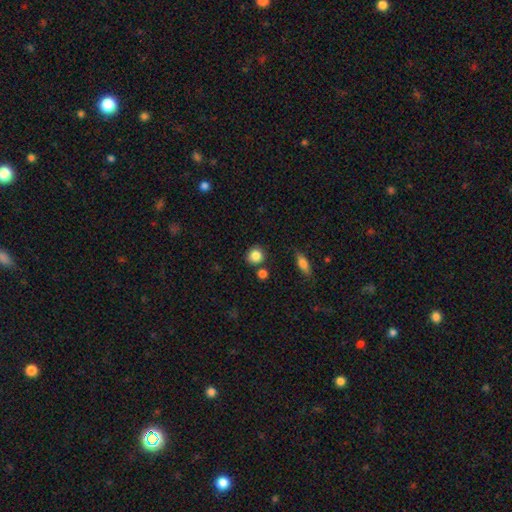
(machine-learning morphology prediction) Smooth or featured: smooth — 85% (star or artifact — 9%)
How rounded: round — 87% (in between — 11%)
Merging: none — 81% (minor disturbance — 9%)